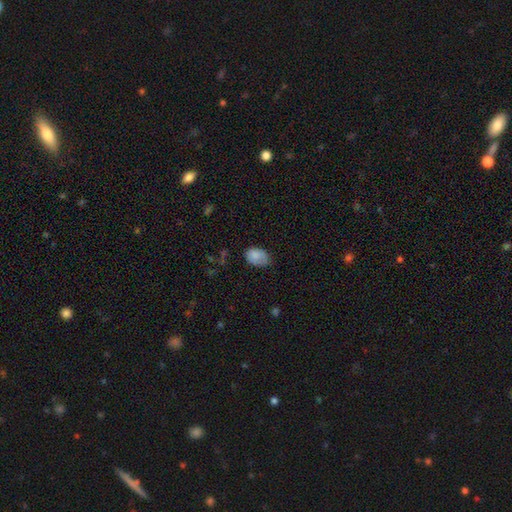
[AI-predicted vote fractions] This is clearly a smooth galaxy (83%). How rounded: likely in between (79%). Merging: possibly none (55%).